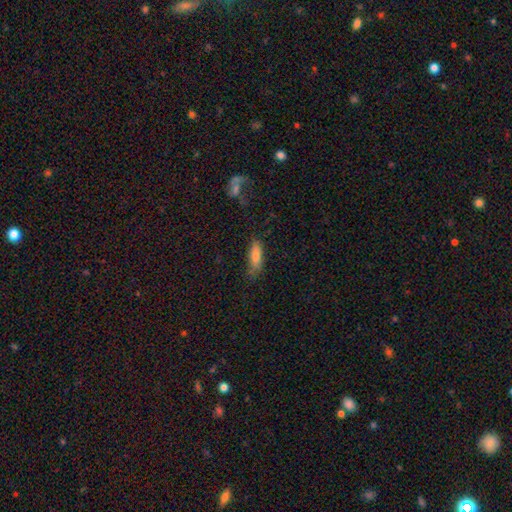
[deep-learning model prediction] The model was most divided on "how rounded": in between: 51%, cigar-shaped: 47%, round: 2%. More confident: smooth or featured — smooth (77%); merging — none (69%).